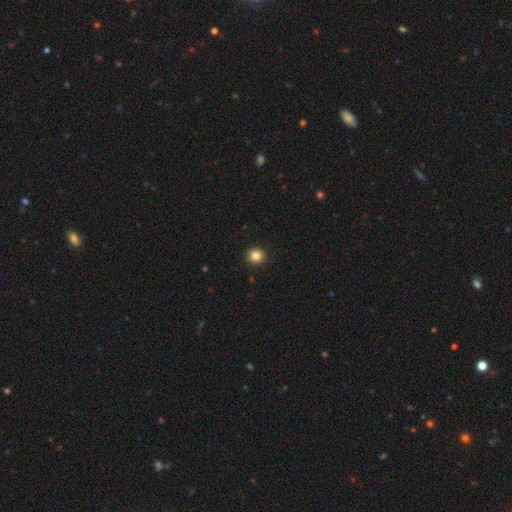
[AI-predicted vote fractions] smooth 84%, star or artifact 11%, featured or disk 5%. Down the decision tree: how rounded — round (88%); merging — none (92%).